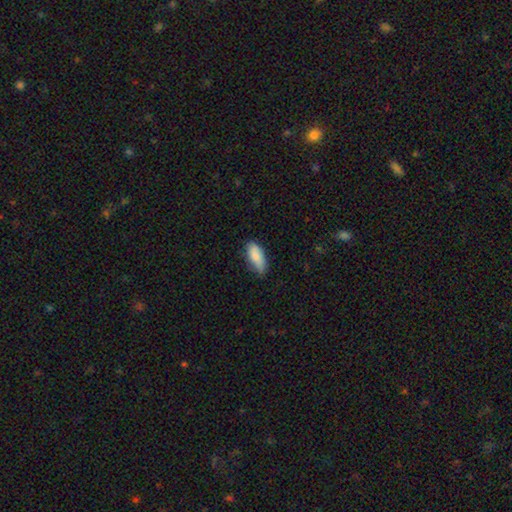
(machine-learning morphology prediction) Smooth or featured?
  - smooth: 83% *
  - featured or disk: 11%
  - star or artifact: 6%
How rounded?
  - in between: 84% *
  - cigar-shaped: 14%
  - round: 2%
Merging?
  - none: 68% *
  - minor disturbance: 26%
  - major disturbance: 4%
  - merger: 1%